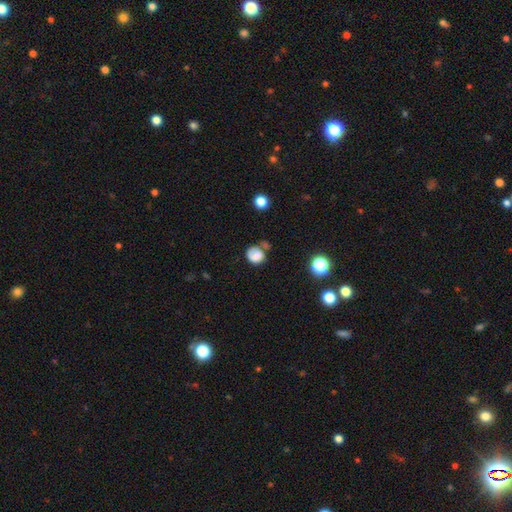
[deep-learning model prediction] Smooth or featured? smooth (62%)
How rounded? round (71%)
Merging? none (44%)